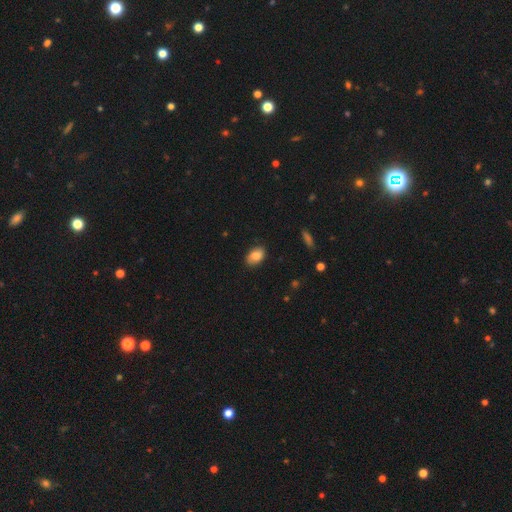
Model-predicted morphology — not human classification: This is clearly a smooth galaxy (82%). How rounded: clearly in between (85%). Merging: clearly none (82%).